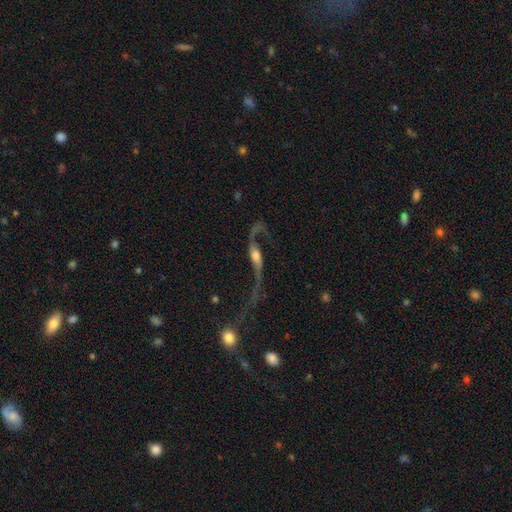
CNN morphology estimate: This appears to be a featured or disk galaxy (81%) with no bar (45%), 2 (88%) loose (94%) spiral arms (89%) and a moderate central bulge (49%). Merging: major disturbance (40%).